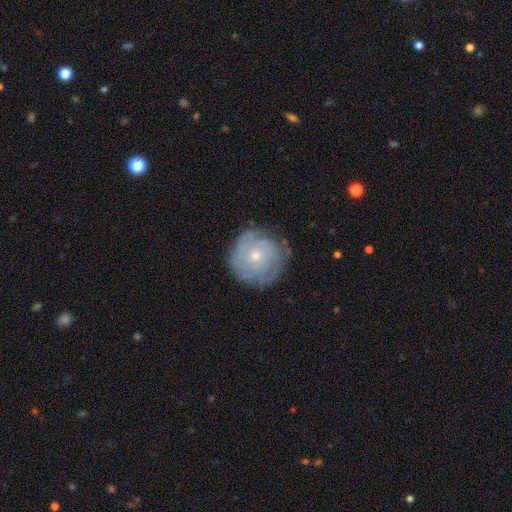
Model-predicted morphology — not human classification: smooth_or_featured: featured or disk (p=0.65) [alt: smooth p=0.28]
disk_edge_on: no (p=0.98) [alt: yes p=0.02]
bar: no (p=0.84) [alt: weak p=0.14]
has_spiral_arms: yes (p=0.81) [alt: no p=0.19]
spiral_winding: tight (p=0.70) [alt: medium p=0.22]
spiral_arm_count: can't tell (p=0.55) [alt: 3 p=0.12]
bulge_size: small (p=0.65) [alt: moderate p=0.31]
merging: none (p=0.77) [alt: minor disturbance p=0.16]